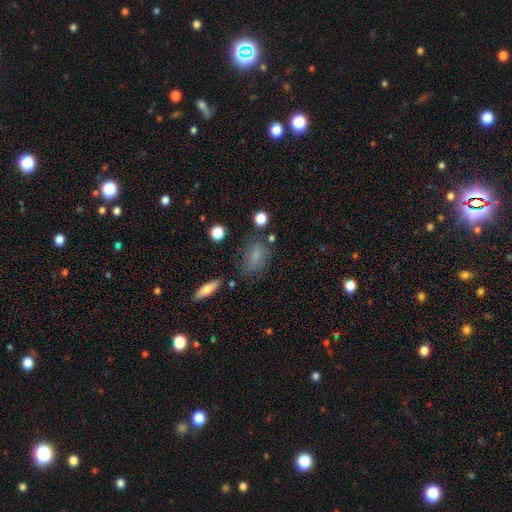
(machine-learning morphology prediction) smooth 72%, featured or disk 14%, star or artifact 13%. Down the decision tree: how rounded — in between (74%); merging — none (65%).